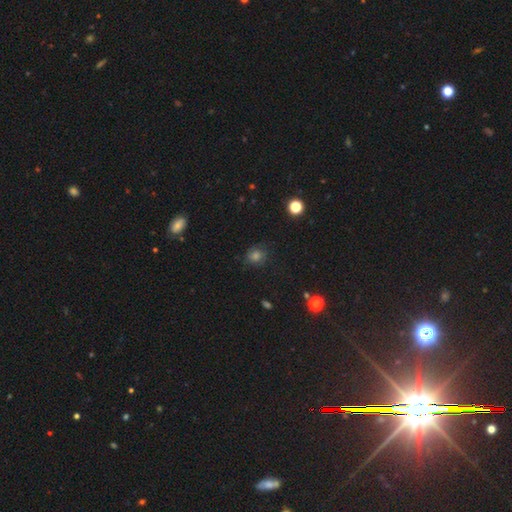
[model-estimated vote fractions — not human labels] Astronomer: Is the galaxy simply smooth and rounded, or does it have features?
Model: smooth — 71%.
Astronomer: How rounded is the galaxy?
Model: round — 84%.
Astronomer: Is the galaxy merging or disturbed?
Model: none — 85%.